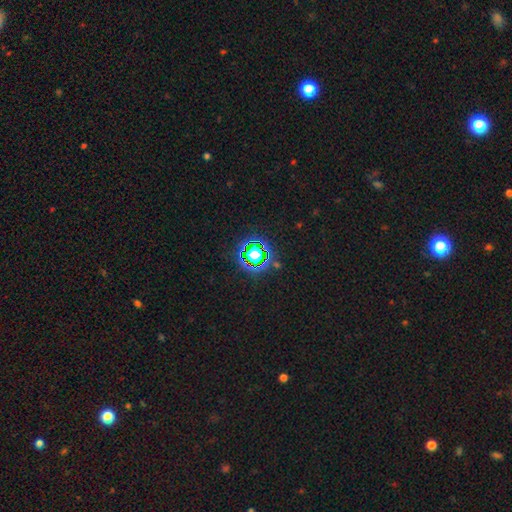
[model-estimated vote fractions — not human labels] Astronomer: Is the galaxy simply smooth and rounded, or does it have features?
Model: star or artifact — 66%.